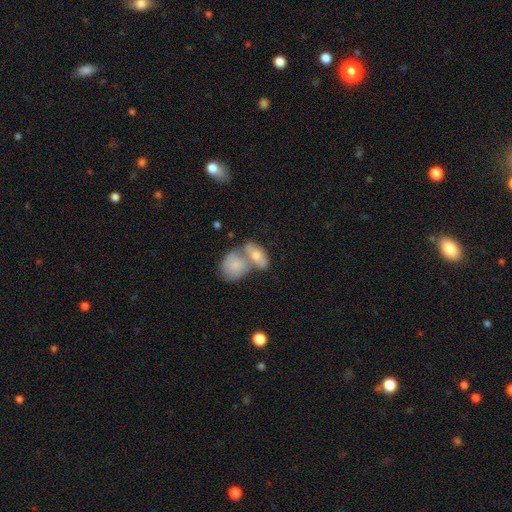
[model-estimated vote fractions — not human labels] The model was most divided on "smooth or featured": smooth: 59%, featured or disk: 32%, star or artifact: 10%. More confident: how rounded — in between (75%); merging — merger (58%).